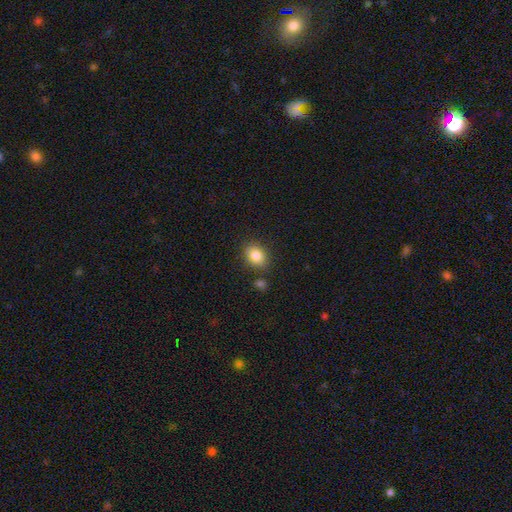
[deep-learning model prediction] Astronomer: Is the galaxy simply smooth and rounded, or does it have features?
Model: smooth — 85%.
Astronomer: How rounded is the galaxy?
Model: in between — 58% (runner-up: round, 41%).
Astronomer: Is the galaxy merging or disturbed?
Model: none — 81%.